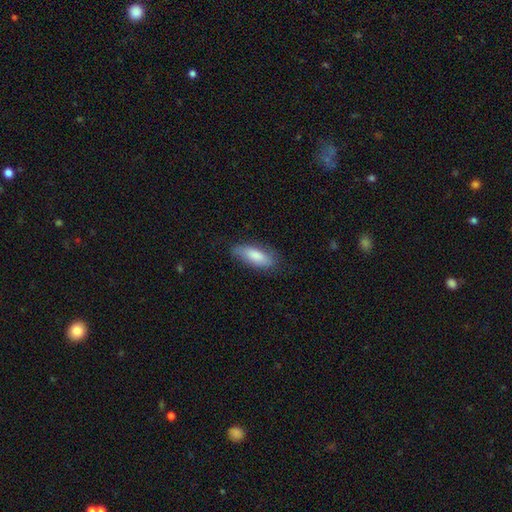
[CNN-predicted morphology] This is likely a smooth galaxy (79%). How rounded: likely in between (72%). Merging: likely none (71%).